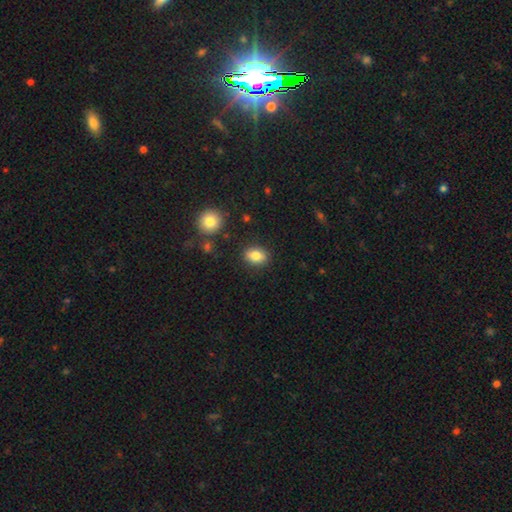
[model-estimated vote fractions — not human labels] smooth 83%, star or artifact 9%, featured or disk 8%. Down the decision tree: how rounded — in between (71%); merging — none (87%).